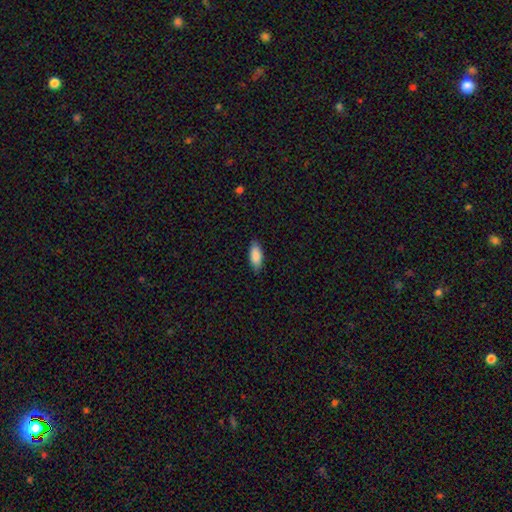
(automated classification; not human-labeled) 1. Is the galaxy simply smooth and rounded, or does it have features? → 88% smooth, 6% featured or disk, 6% star or artifact.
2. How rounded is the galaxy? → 83% in between, 16% cigar-shaped, 2% round.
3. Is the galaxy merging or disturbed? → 85% none, 12% minor disturbance, 2% major disturbance, 1% merger.